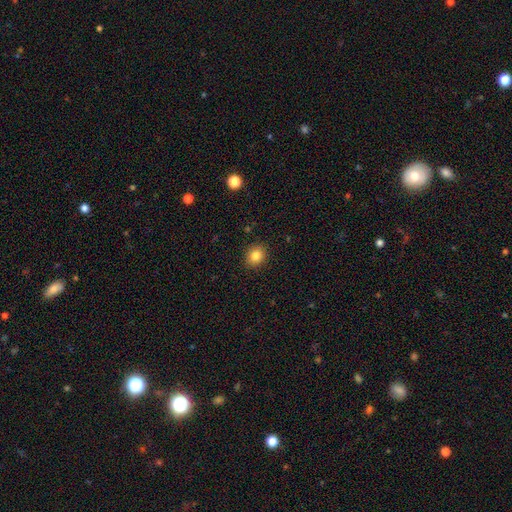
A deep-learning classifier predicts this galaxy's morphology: The model was most divided on "how rounded": round: 76%, in between: 23%, cigar-shaped: 1%. More confident: merging — none (90%); smooth or featured — smooth (83%).